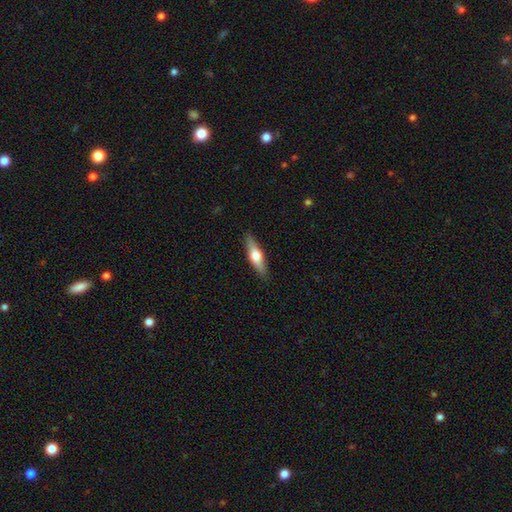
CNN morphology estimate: Smooth or featured: featured or disk — 48% (smooth — 46%)
Merging: none — 89% (minor disturbance — 8%)